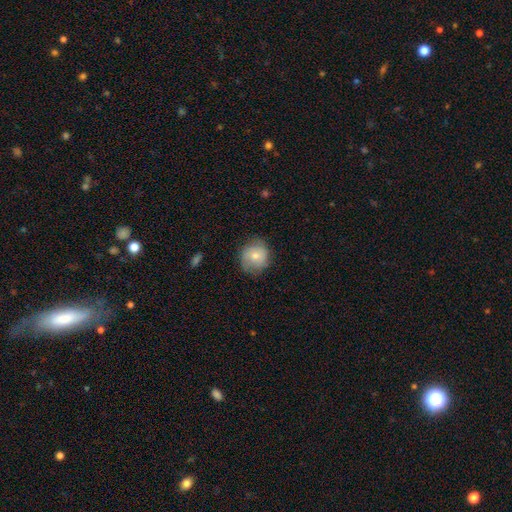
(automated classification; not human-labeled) Smooth or featured: smooth — 70% (featured or disk — 22%)
How rounded: round — 84% (in between — 15%)
Merging: none — 75% (minor disturbance — 19%)